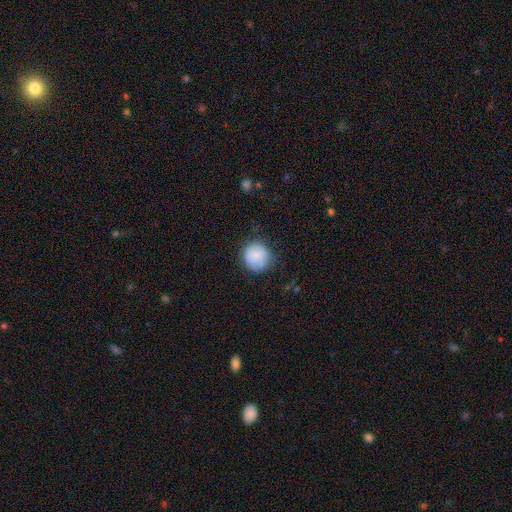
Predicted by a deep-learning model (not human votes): Smooth or featured: smooth — 84% (featured or disk — 8%)
How rounded: round — 89% (in between — 10%)
Merging: none — 73% (minor disturbance — 20%)